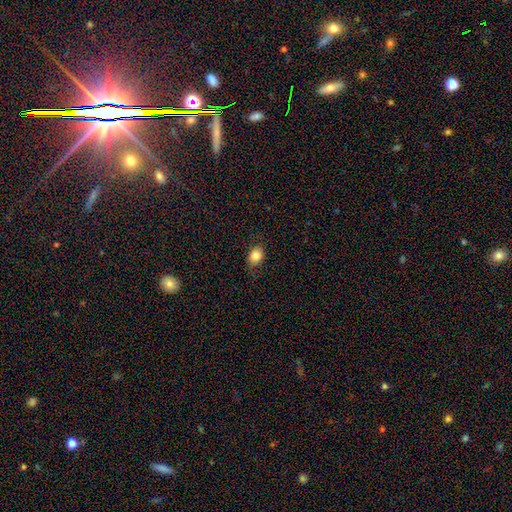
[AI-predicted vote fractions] Smooth or featured?
  - smooth: 84% *
  - star or artifact: 10%
  - featured or disk: 7%
How rounded?
  - in between: 63% *
  - round: 36%
  - cigar-shaped: 1%
Merging?
  - none: 76% *
  - minor disturbance: 18%
  - major disturbance: 5%
  - merger: 1%